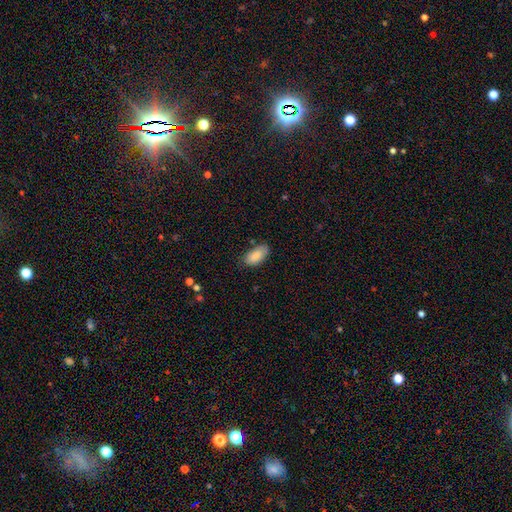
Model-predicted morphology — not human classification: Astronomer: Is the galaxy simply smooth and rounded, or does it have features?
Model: smooth — 87%.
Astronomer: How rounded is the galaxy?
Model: in between — 93%.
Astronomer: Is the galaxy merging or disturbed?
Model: none — 75%.